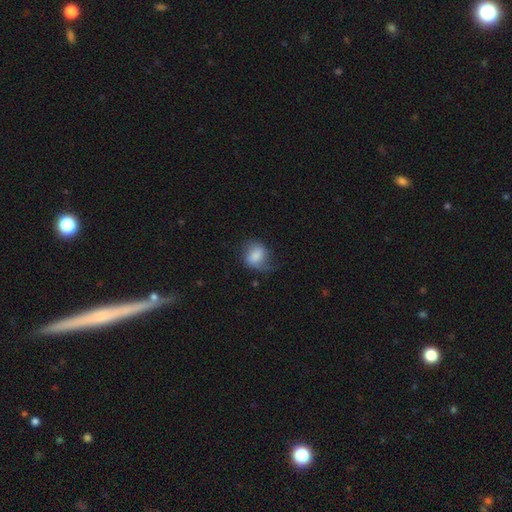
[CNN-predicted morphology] Smooth or featured?
  - smooth: 67% *
  - featured or disk: 25%
  - star or artifact: 8%
How rounded?
  - in between: 53% *
  - round: 46%
  - cigar-shaped: 2%
Merging?
  - none: 45% *
  - minor disturbance: 31%
  - major disturbance: 22%
  - merger: 2%